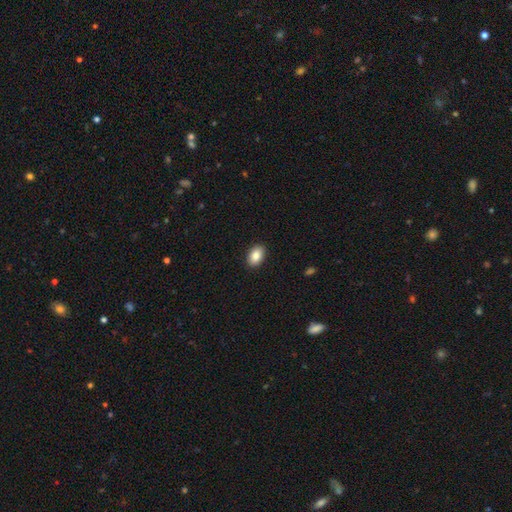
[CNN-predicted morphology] Smooth or featured? smooth (87%)
How rounded? in between (88%)
Merging? none (90%)